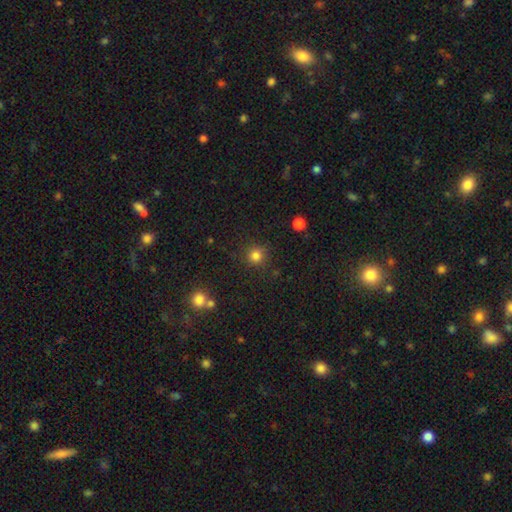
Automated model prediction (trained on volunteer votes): smooth_or_featured: smooth (p=0.82) [alt: star or artifact p=0.13]
how_rounded: round (p=0.92) [alt: in between p=0.07]
merging: none (p=0.85) [alt: minor disturbance p=0.09]